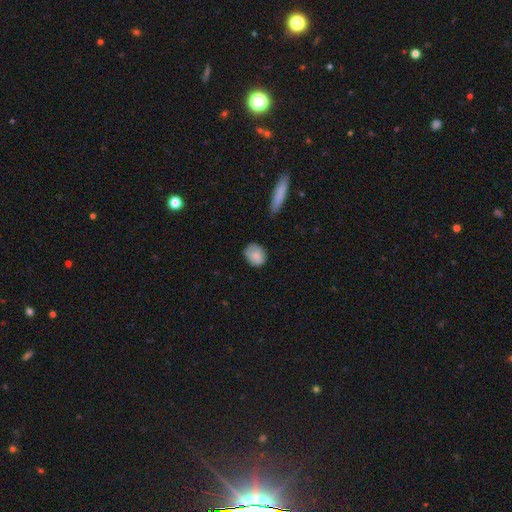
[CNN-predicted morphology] This is likely a smooth galaxy (79%). How rounded: possibly round (58%). Merging: likely none (71%).